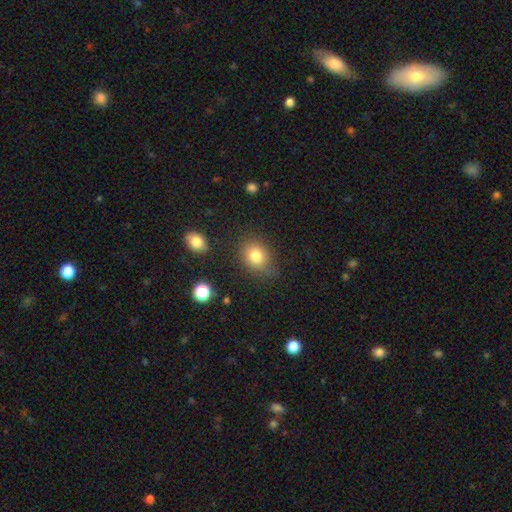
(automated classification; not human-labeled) Morphology: type=smooth (82%); roundness=round (55%); merging=none (69%).